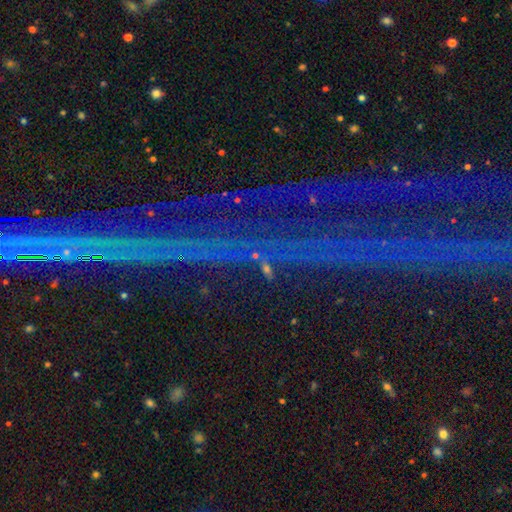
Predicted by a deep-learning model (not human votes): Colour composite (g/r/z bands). It shows a star or artifact, not a galaxy (78%).